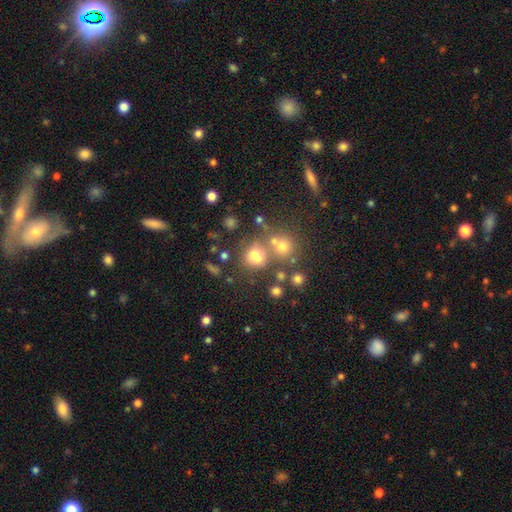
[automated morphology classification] smooth 66%, star or artifact 20%, featured or disk 14%. Down the decision tree: how rounded — round (69%); merging — none (51%).